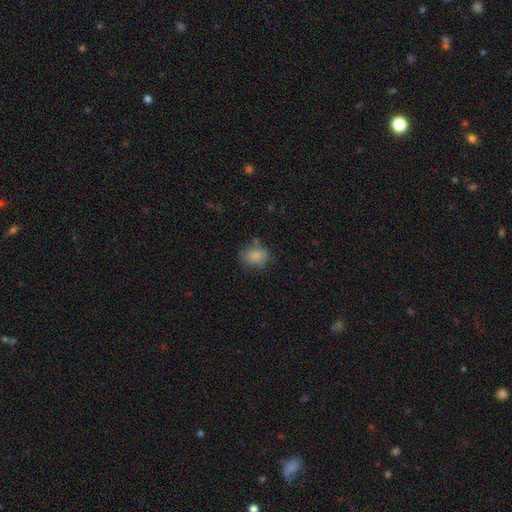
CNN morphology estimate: The model was most divided on "how rounded": round: 51%, in between: 48%, cigar-shaped: 1%. More confident: smooth or featured — smooth (84%); merging — none (67%).